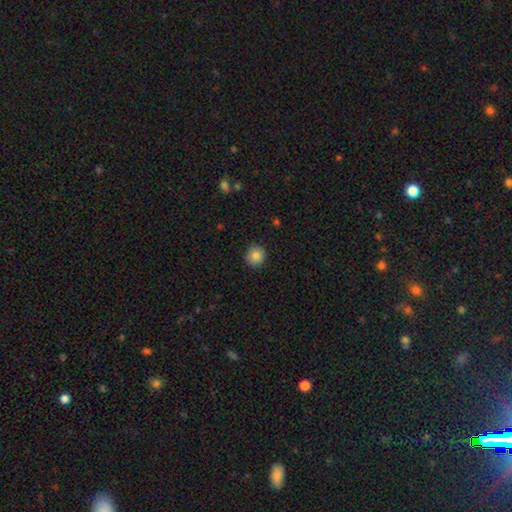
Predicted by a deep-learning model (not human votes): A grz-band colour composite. It shows a smooth galaxy with no disk features (85%) that is round (91%). Merging: none (90%).